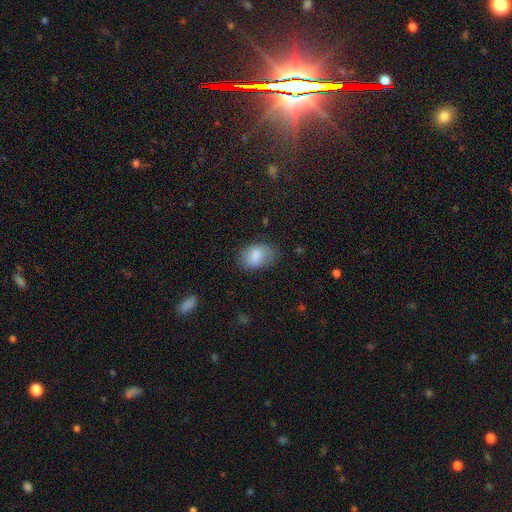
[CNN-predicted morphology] Overall: smooth (84%). How rounded: in between (81%). Merging: none (73%).